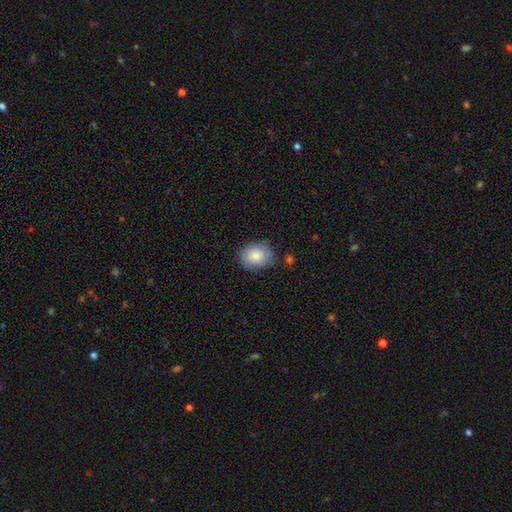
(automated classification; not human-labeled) Overall: smooth (85%). How rounded: round (57%; in between 42%). Merging: none (77%).